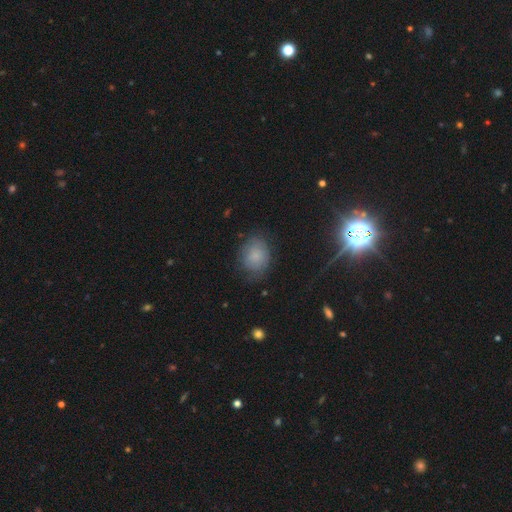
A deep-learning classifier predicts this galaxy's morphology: This appears to be a smooth galaxy with no disk features (68%) that is in between round and cigar-shaped (53%). Merging: none (66%).